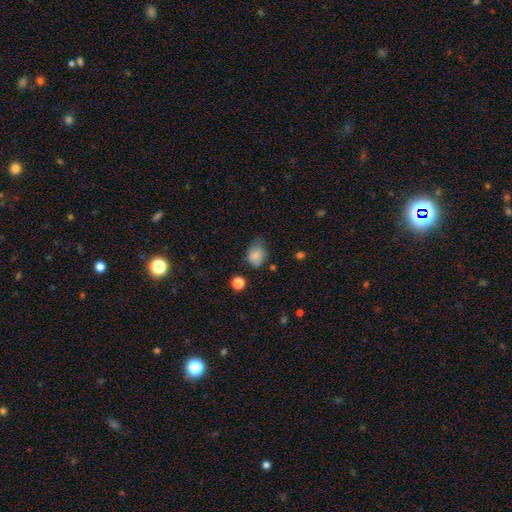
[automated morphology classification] This appears to be a smooth galaxy with no disk features (79%) that is in between round and cigar-shaped (60%). Merging: none (51%).